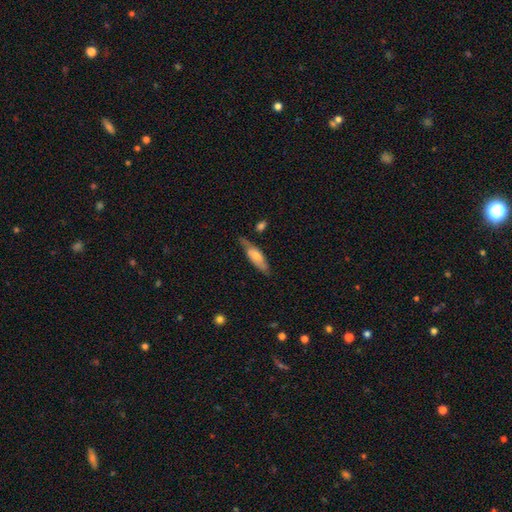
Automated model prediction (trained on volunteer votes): This is possibly a smooth galaxy (60%). How rounded: possibly in between (54%). Merging: possibly none (58%).